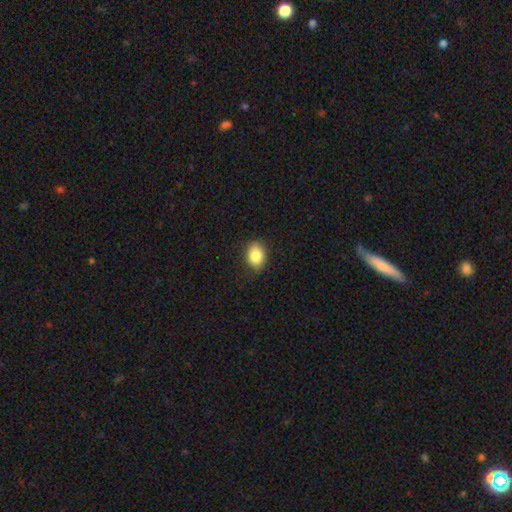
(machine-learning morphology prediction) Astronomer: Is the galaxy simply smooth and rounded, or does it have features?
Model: smooth — 85%.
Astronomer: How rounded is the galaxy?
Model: in between — 72%.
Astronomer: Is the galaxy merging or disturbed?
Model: none — 83%.